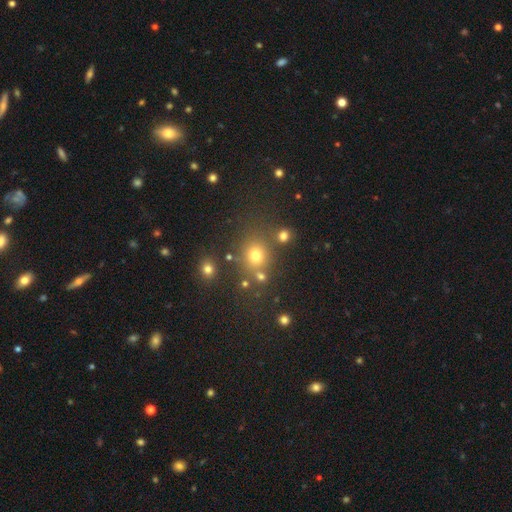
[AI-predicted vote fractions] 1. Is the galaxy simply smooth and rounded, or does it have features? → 68% smooth, 23% star or artifact, 9% featured or disk.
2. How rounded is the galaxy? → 78% round, 21% in between, 1% cigar-shaped.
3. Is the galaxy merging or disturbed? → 72% none, 13% merger, 11% minor disturbance, 5% major disturbance.